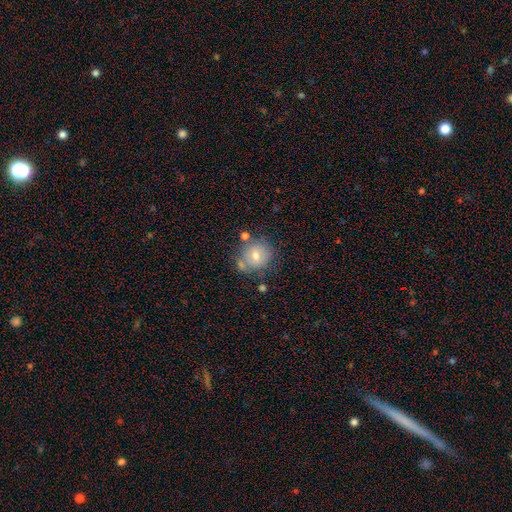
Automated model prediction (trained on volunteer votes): The model was most divided on "smooth or featured": smooth: 62%, featured or disk: 26%, star or artifact: 12%. More confident: how rounded — round (82%); merging — none (64%).